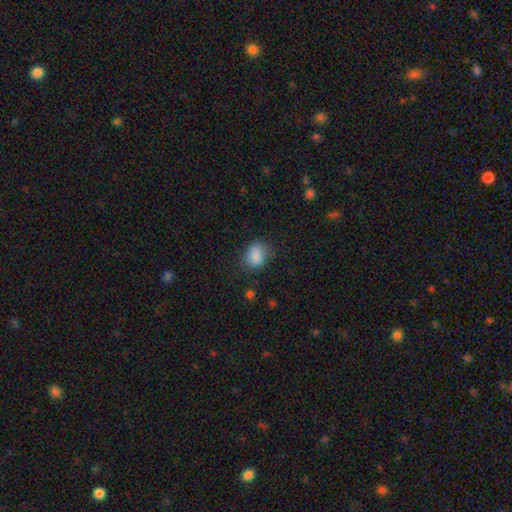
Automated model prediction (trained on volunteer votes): smooth-or-featured: smooth: 85% | star or artifact: 9% | featured or disk: 5%
  how-rounded: in between: 56% | round: 42% | cigar-shaped: 1%
  merging: none: 69% | minor disturbance: 22% | major disturbance: 8% | merger: 2%